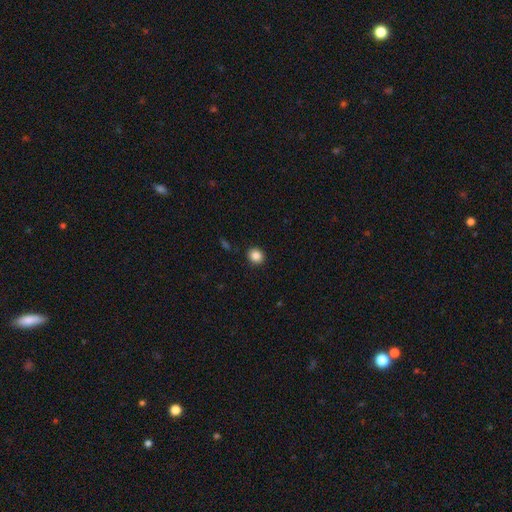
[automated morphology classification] Q: Smooth or featured?
A: smooth (86%); runner-up: star or artifact (10%)
Q: How rounded?
A: round (77%); runner-up: in between (22%)
Q: Merging?
A: none (90%); runner-up: minor disturbance (6%)